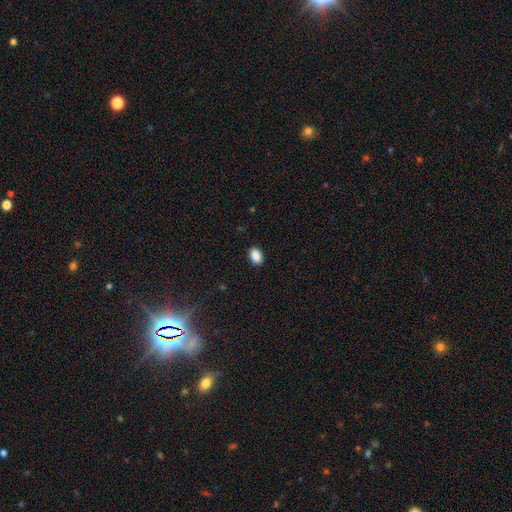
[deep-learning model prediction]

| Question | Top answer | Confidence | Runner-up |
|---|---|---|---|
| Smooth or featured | smooth | 90% | star or artifact (8%) |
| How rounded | in between | 87% | round (11%) |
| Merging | none | 89% | minor disturbance (8%) |